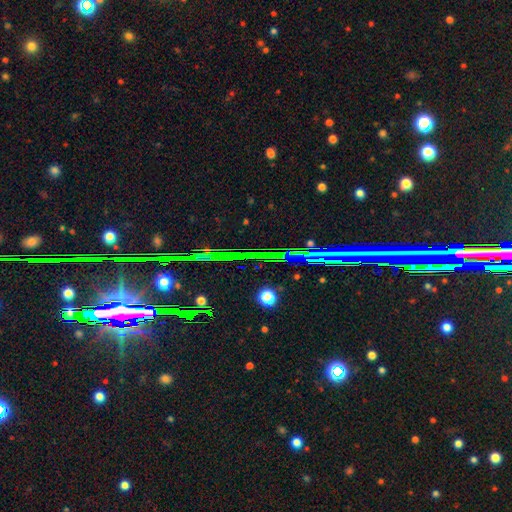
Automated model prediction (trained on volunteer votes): Q: Smooth or featured?
A: star or artifact (66%); runner-up: featured or disk (23%)